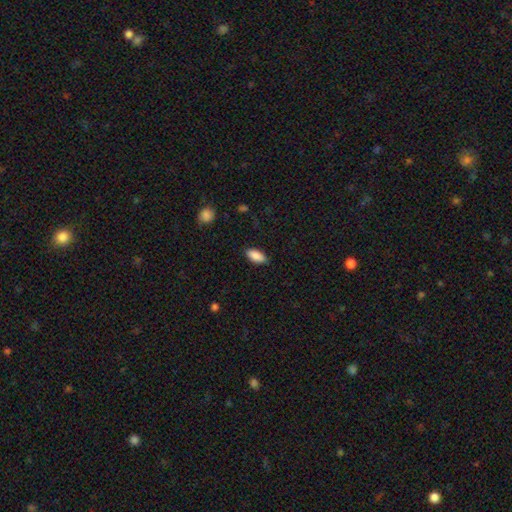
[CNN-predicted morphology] A smooth galaxy with no disk features (88%) that is in between round and cigar-shaped (89%).

Vote fractions:
- Smooth or featured? smooth: 88% / star or artifact: 7% / featured or disk: 5%
- How rounded? in between: 89% / cigar-shaped: 8% / round: 2%
- Merging? none: 85% / minor disturbance: 11% / major disturbance: 2% / merger: 1%